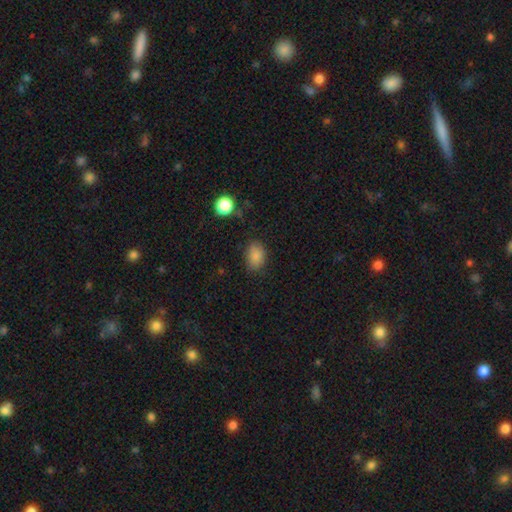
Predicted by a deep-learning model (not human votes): Overall: smooth (85%). How rounded: in between (81%). Merging: none (80%).